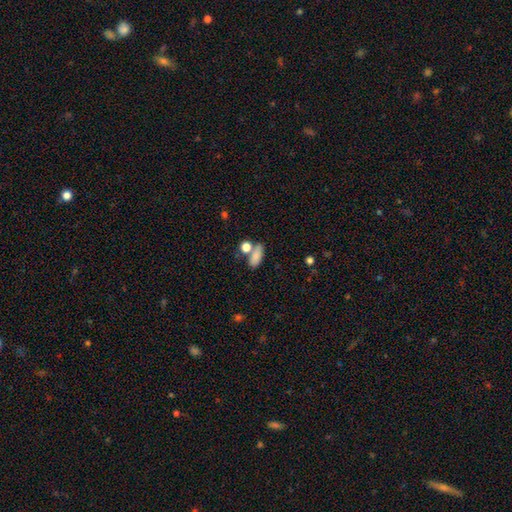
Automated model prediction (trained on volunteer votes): A smooth galaxy with no disk features (81%) that is in between round and cigar-shaped (75%).

Vote fractions:
- Smooth or featured? smooth: 81% / star or artifact: 10% / featured or disk: 9%
- How rounded? in between: 75% / cigar-shaped: 14% / round: 11%
- Merging? none: 52% / merger: 27% / minor disturbance: 14% / major disturbance: 7%